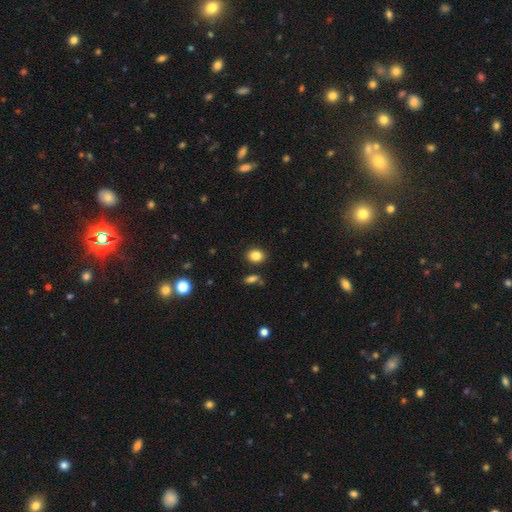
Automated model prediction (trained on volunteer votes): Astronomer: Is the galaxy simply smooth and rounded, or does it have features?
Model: smooth — 85%.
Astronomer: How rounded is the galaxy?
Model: round — 51% (runner-up: in between, 48%).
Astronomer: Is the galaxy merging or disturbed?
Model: none — 86%.